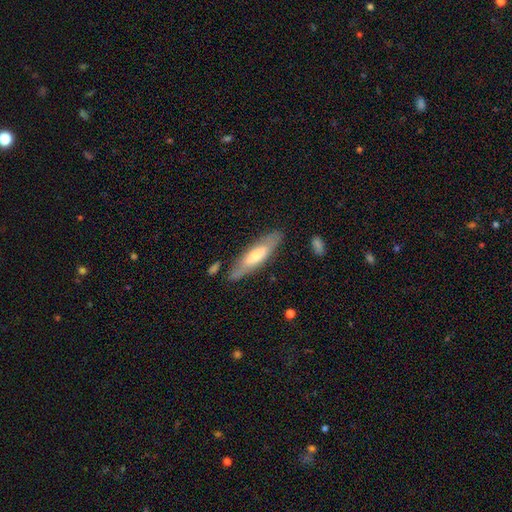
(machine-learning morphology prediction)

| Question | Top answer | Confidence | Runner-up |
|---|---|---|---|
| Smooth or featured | featured or disk | 47% | tied: smooth (47%) |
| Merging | none | 81% | minor disturbance (13%) |